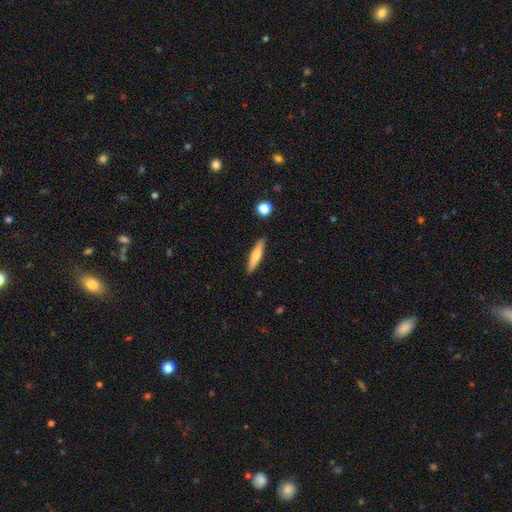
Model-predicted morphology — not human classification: The model was most divided on "smooth or featured": smooth: 65%, featured or disk: 29%, star or artifact: 6%. More confident: merging — none (89%); how rounded — cigar-shaped (86%).